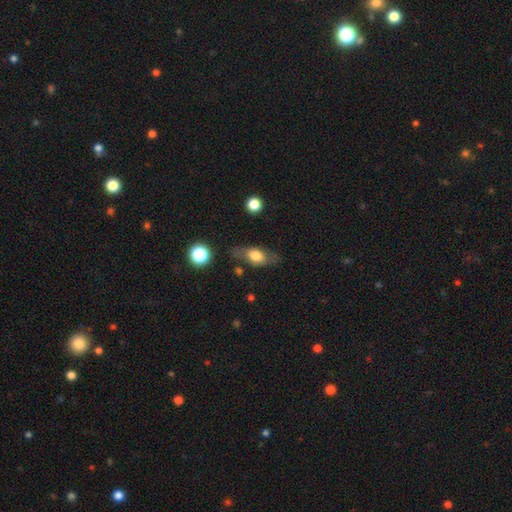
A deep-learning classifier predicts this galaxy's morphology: A smooth galaxy with no disk features (58%) that is in between round and cigar-shaped (77%). Merging: none (69%).